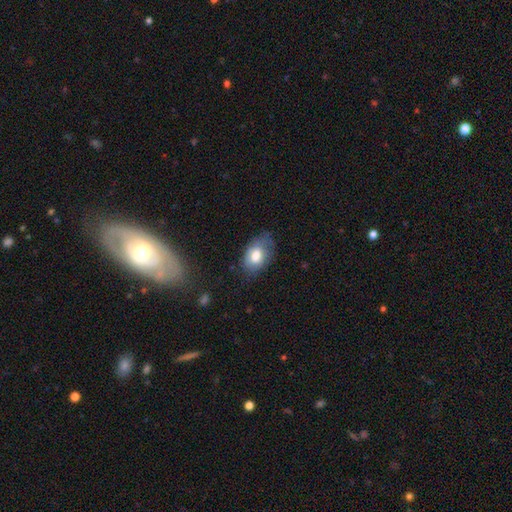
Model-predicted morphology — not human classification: Smooth or featured: smooth — 71% (featured or disk — 22%)
How rounded: in between — 87% (round — 11%)
Merging: none — 56% (minor disturbance — 31%)